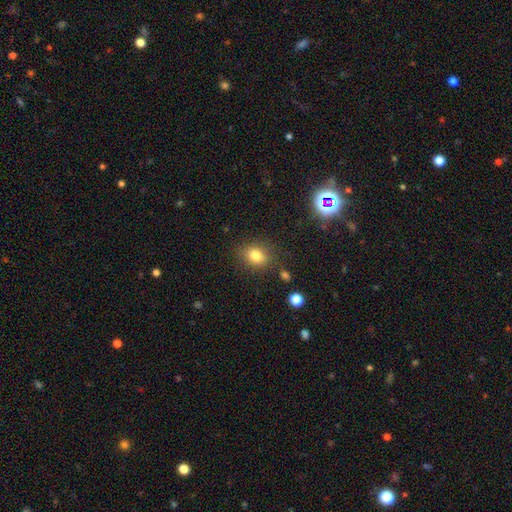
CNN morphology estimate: This appears to be a smooth galaxy with no disk features (80%) that is in between round and cigar-shaped (52%). Merging: none (82%).